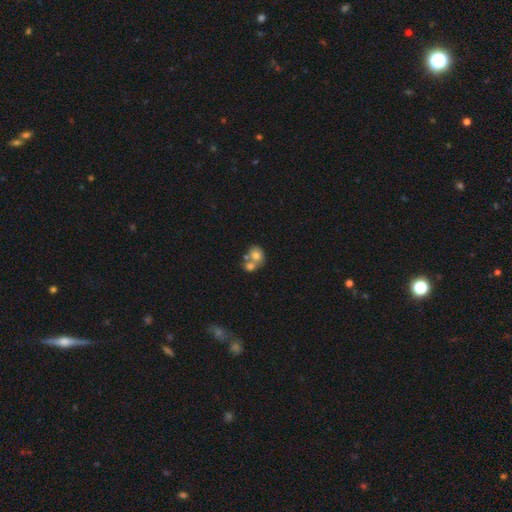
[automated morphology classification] A smooth galaxy with no disk features (73%) that is round (62%).

Vote fractions:
- Smooth or featured? smooth: 73% / featured or disk: 18% / star or artifact: 10%
- How rounded? round: 62% / in between: 37% / cigar-shaped: 1%
- Merging? merger: 58% / none: 30% / minor disturbance: 8% / major disturbance: 4%